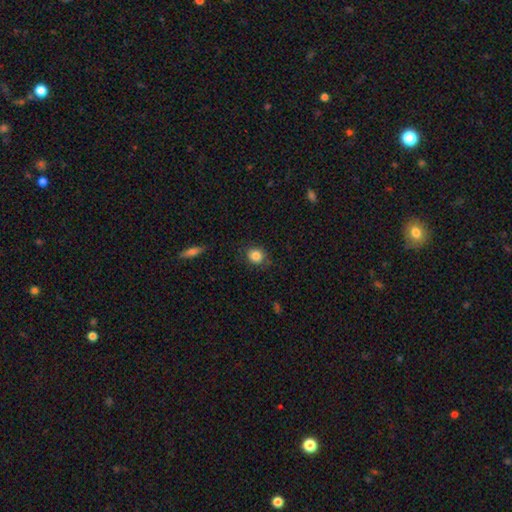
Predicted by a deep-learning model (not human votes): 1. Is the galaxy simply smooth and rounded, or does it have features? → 85% smooth, 10% star or artifact, 5% featured or disk.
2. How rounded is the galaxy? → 81% round, 17% in between, 1% cigar-shaped.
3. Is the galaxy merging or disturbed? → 83% none, 12% minor disturbance, 3% major disturbance, 2% merger.